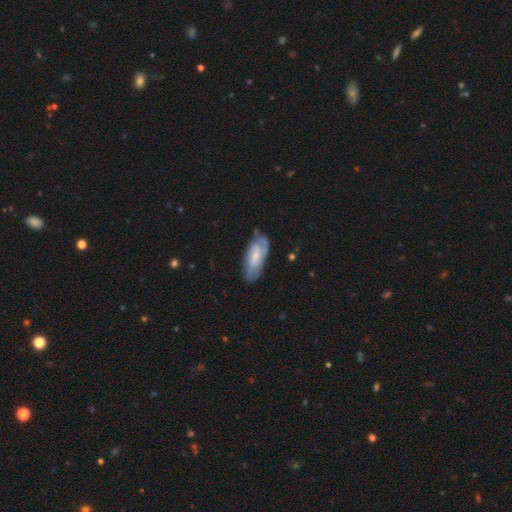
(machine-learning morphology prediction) Smooth or featured? featured or disk (64%)
Edge-on disk? no (90%)
Bar? no (58%)
Spiral arms? yes (86%)
Bulge size? small (52%)
Merging? none (64%)